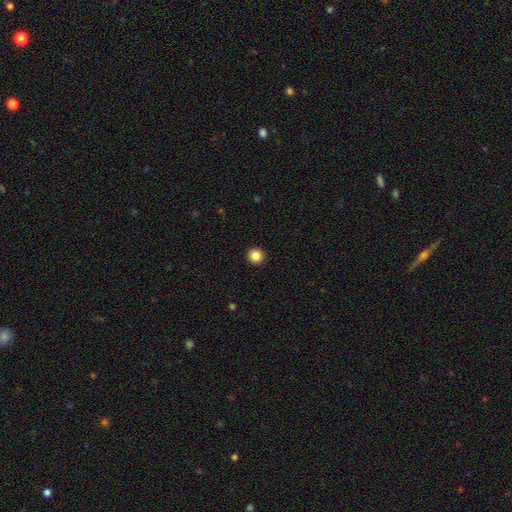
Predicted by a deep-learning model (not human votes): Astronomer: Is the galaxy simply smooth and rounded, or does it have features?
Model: smooth — 86%.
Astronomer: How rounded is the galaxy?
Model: round — 95%.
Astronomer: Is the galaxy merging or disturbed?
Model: none — 94%.